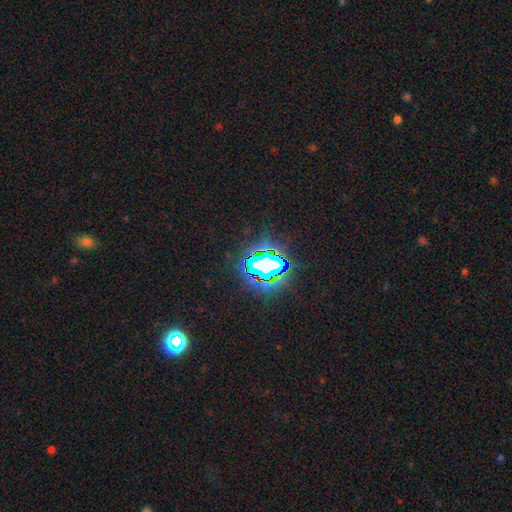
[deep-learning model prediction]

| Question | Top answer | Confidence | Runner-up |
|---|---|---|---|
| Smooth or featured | star or artifact | 72% | smooth (15%) |